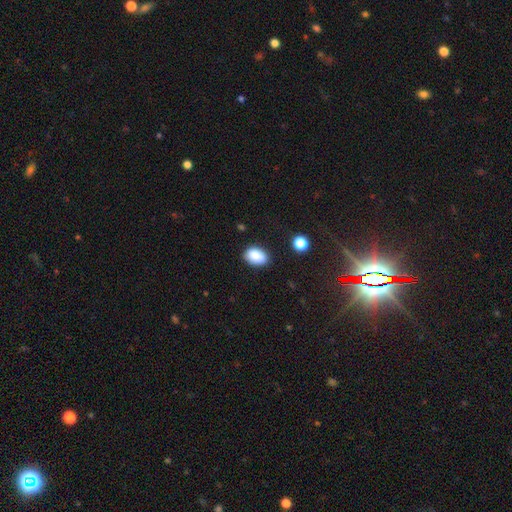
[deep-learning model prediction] smooth-or-featured: smooth: 87% | star or artifact: 8% | featured or disk: 5%
  how-rounded: in between: 85% | round: 13% | cigar-shaped: 1%
  merging: none: 82% | minor disturbance: 13% | major disturbance: 3% | merger: 2%